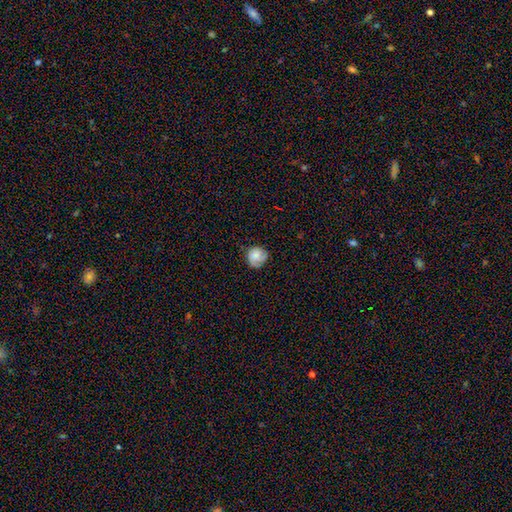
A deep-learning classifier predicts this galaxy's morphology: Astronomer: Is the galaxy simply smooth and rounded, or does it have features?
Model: smooth — 64%.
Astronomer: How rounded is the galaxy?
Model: round — 85%.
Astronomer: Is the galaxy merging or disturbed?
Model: none — 68%.